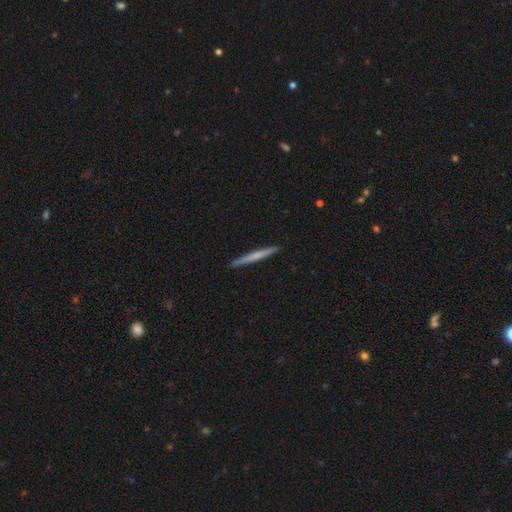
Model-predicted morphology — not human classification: Smooth or featured?
  - smooth: 47% * (tied)
  - featured or disk: 47% * (tied)
  - star or artifact: 5%
Merging?
  - none: 92% *
  - minor disturbance: 5%
  - major disturbance: 1%
  - merger: 1%